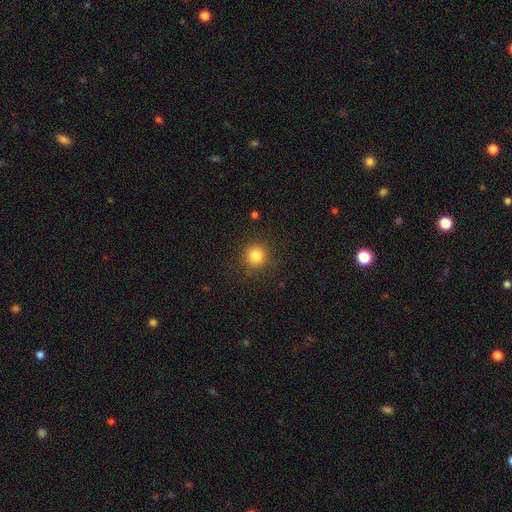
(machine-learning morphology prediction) This is clearly a smooth galaxy (82%). How rounded: clearly round (93%). Merging: clearly none (89%).